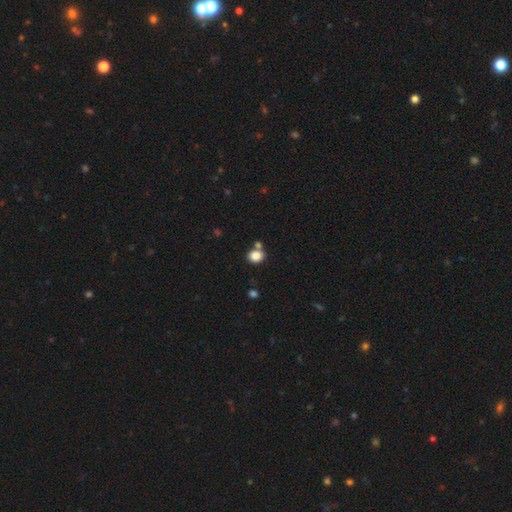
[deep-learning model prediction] Overall: smooth (84%). How rounded: round (59%; in between 40%). Merging: none (64%).